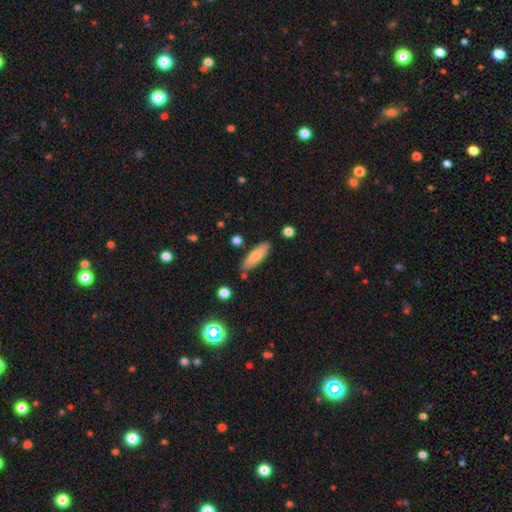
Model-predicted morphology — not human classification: smooth 78%, featured or disk 15%, star or artifact 6%. Down the decision tree: how rounded — cigar-shaped (51%); merging — none (82%).